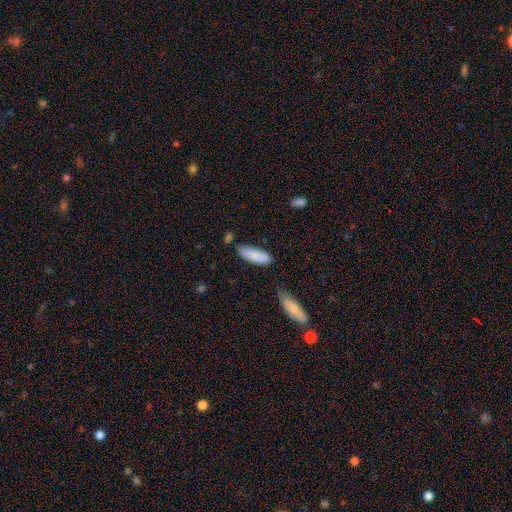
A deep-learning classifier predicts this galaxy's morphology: Smooth or featured?
  - smooth: 85% *
  - featured or disk: 8%
  - star or artifact: 6%
How rounded?
  - in between: 64% *
  - cigar-shaped: 34%
  - round: 2%
Merging?
  - none: 71% *
  - minor disturbance: 19%
  - merger: 6%
  - major disturbance: 4%